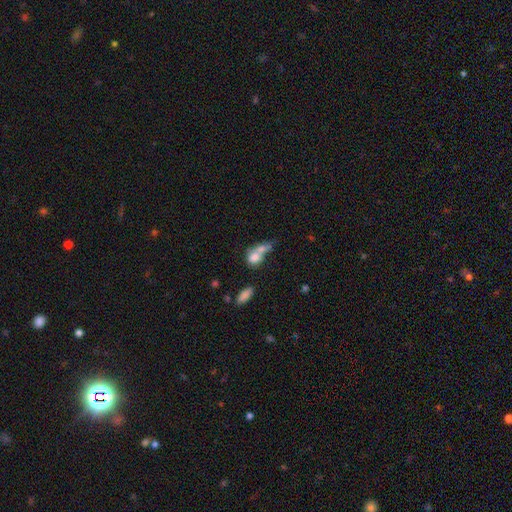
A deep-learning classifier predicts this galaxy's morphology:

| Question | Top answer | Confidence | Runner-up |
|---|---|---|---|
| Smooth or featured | smooth | 72% | featured or disk (18%) |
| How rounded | in between | 60% | round (33%) |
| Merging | merger | 60% | none (20%) |